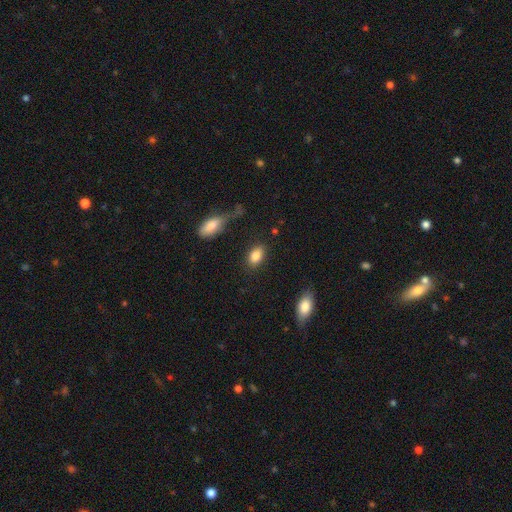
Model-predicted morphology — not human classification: This appears to be a smooth galaxy with no disk features (85%) that is in between round and cigar-shaped (86%). Merging: none (82%).